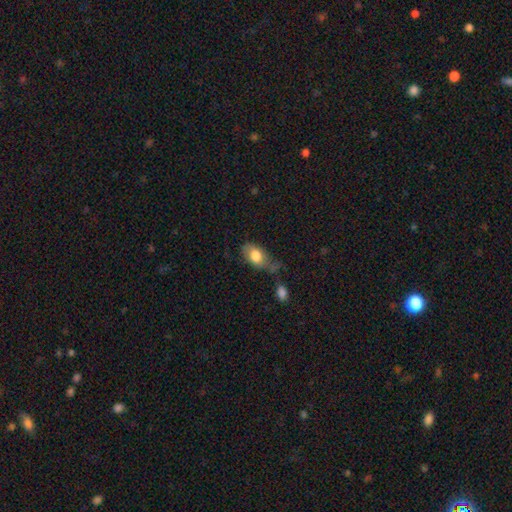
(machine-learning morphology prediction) smooth-or-featured: smooth: 72% | featured or disk: 21% | star or artifact: 7%
  how-rounded: in between: 88% | round: 9% | cigar-shaped: 3%
  merging: none: 40% | minor disturbance: 31% | major disturbance: 17% | merger: 12%